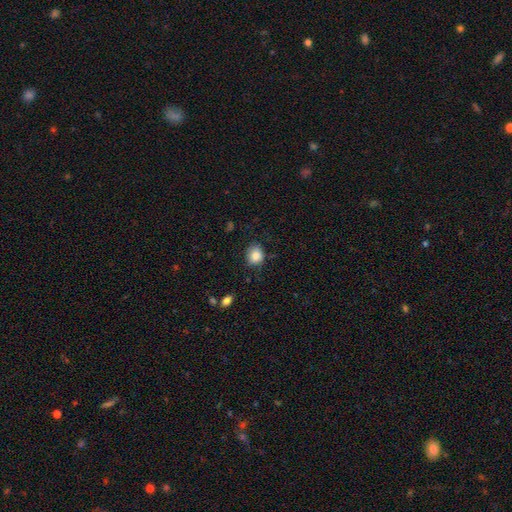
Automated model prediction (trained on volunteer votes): This appears to be a smooth galaxy with no disk features (86%) that is round (61%). Merging: none (69%).